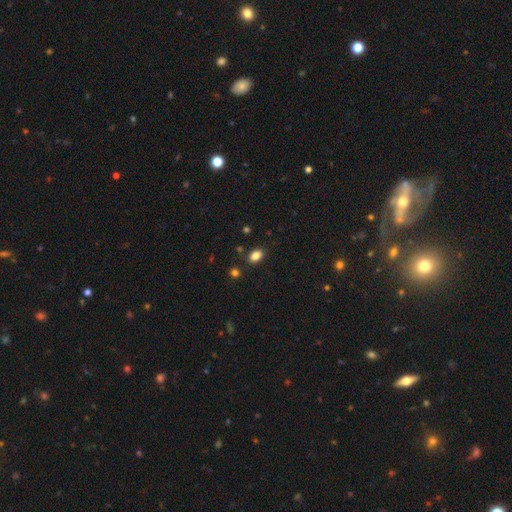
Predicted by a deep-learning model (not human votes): Smooth or featured? Predicted: smooth (p=0.85). How rounded? Predicted: in between (p=0.84). Merging? Predicted: none (p=0.85).